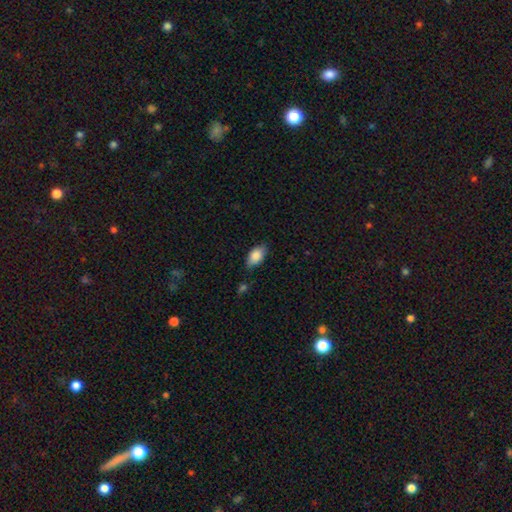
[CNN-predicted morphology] The model was most divided on "merging": none: 76%, minor disturbance: 18%, major disturbance: 3%, merger: 2%. More confident: how rounded — in between (91%); smooth or featured — smooth (84%).